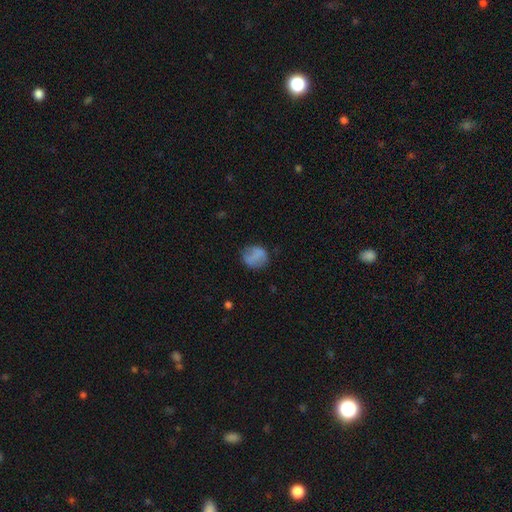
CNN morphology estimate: Smooth or featured?
  - smooth: 73% *
  - featured or disk: 18%
  - star or artifact: 9%
How rounded?
  - round: 71% *
  - in between: 28%
  - cigar-shaped: 1%
Merging?
  - none: 66% *
  - minor disturbance: 22%
  - major disturbance: 9%
  - merger: 2%